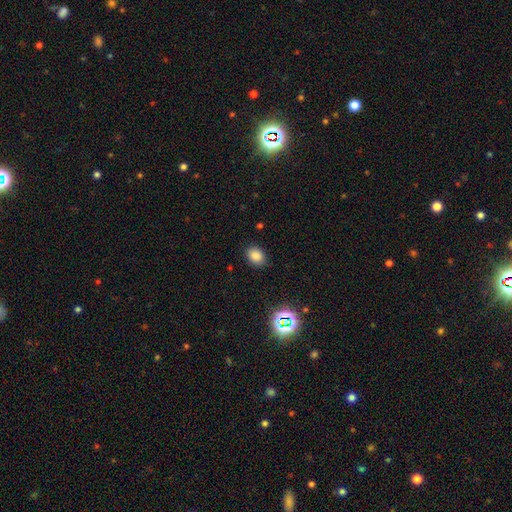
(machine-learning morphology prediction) The model was most divided on "how rounded": in between: 69%, round: 30%, cigar-shaped: 1%. More confident: merging — none (87%); smooth or featured — smooth (83%).